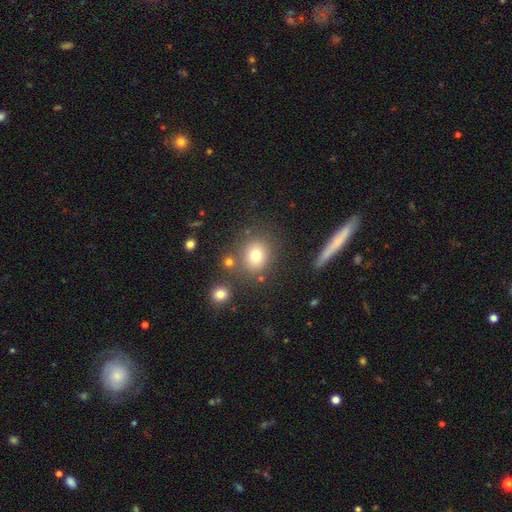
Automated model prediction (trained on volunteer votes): Q: Smooth or featured?
A: smooth (76%); runner-up: star or artifact (13%)
Q: How rounded?
A: round (74%); runner-up: in between (25%)
Q: Merging?
A: none (76%); runner-up: minor disturbance (11%)